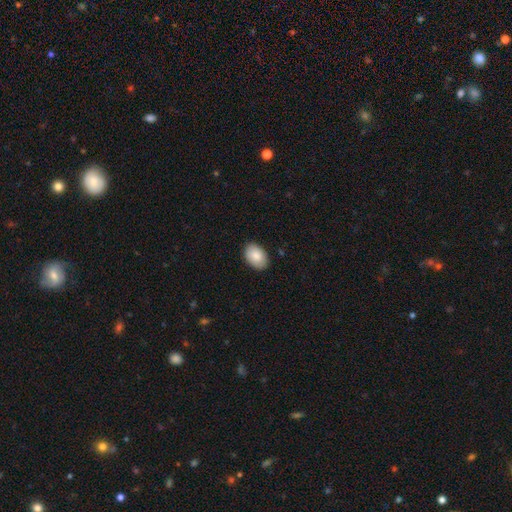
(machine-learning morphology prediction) Smooth or featured? Predicted: smooth (p=0.87). How rounded? Predicted: in between (p=0.87). Merging? Predicted: none (p=0.87).